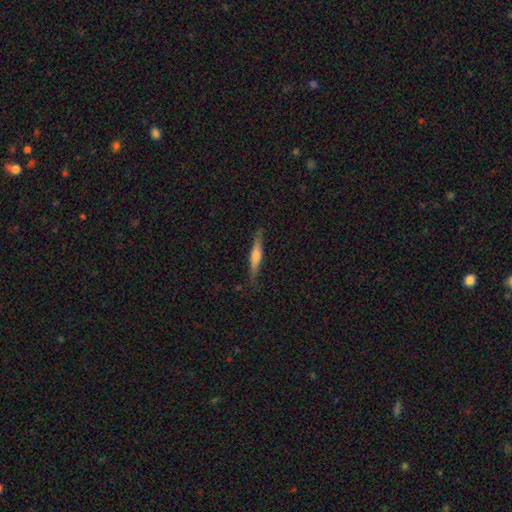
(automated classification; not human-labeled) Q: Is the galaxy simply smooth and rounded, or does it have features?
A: featured or disk — 58%.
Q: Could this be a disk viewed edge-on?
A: yes — 97%.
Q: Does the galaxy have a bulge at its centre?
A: rounded — 62%.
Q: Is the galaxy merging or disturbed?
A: none — 87%.